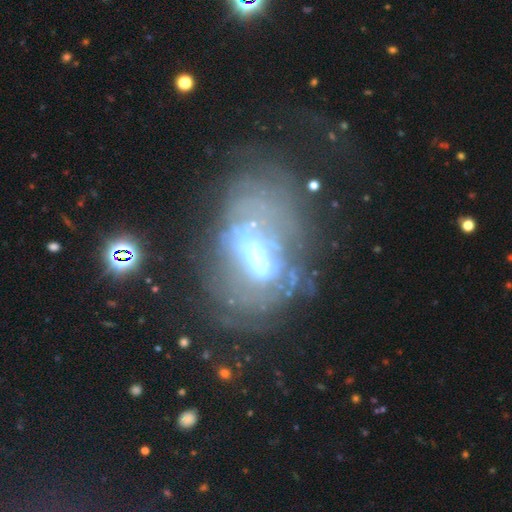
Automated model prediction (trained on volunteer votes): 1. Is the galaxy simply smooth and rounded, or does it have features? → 68% featured or disk, 17% smooth, 15% star or artifact.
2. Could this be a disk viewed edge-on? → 90% no, 10% yes.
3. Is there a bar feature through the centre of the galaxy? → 40% strong, 33% weak, 27% no.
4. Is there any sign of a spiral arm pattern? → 59% no, 41% yes.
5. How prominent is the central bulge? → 50% moderate, 26% large, 14% small, 6% none, 5% dominant.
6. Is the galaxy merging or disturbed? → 43% none, 32% major disturbance, 19% minor disturbance, 6% merger.